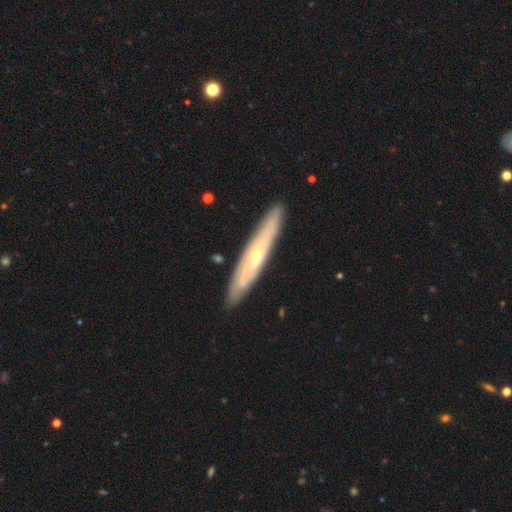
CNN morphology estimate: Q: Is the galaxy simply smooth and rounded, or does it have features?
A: featured or disk — 64%.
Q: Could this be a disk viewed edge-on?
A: yes — 69%.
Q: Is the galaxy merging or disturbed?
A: none — 87%.